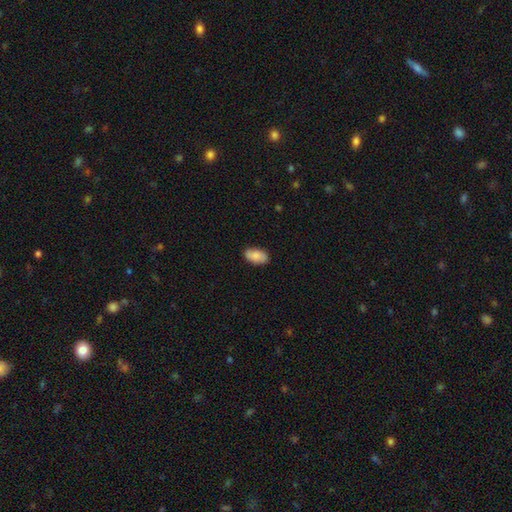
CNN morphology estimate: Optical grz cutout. It shows a smooth galaxy with no disk features (82%) that is in between round and cigar-shaped (93%). Merging: none (84%).